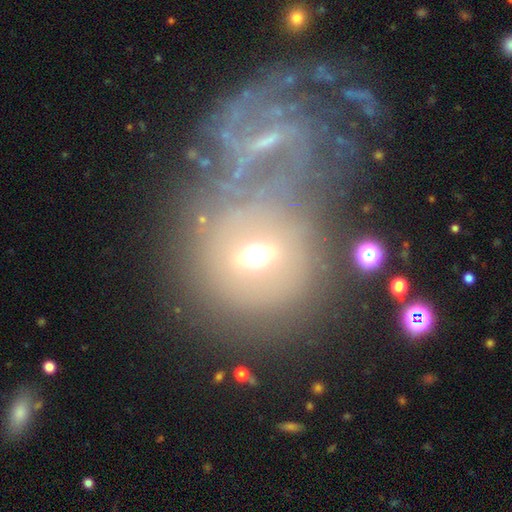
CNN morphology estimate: This is possibly a featured or disk galaxy (47%). Merging: marginally merger (43%).